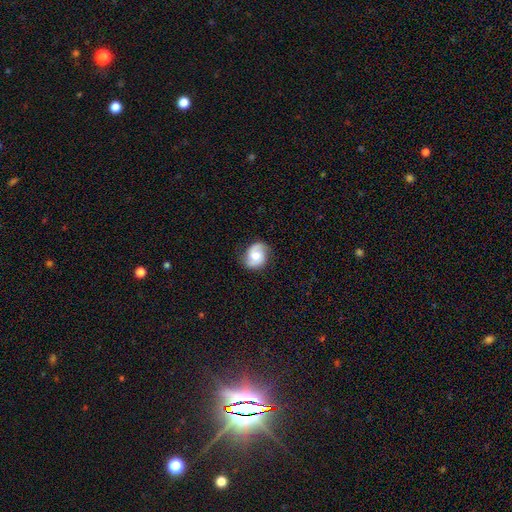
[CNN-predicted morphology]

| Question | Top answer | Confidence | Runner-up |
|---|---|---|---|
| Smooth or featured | featured or disk | 63% | smooth (29%) |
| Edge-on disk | no | 98% | yes (2%) |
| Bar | no | 58% | weak (35%) |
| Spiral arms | yes | 94% | no (6%) |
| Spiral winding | medium | 44% | loose (33%) |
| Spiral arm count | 2 | 88% | can't tell (4%) |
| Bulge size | moderate | 53% | small (23%) |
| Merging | none | 79% | minor disturbance (15%) |